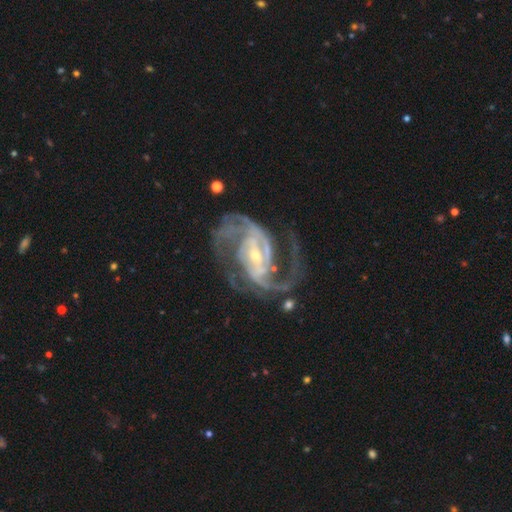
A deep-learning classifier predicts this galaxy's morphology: featured or disk 93%, star or artifact 5%, smooth 3%. Down the decision tree: edge-on disk — no (98%); bar — strong (44%); spiral arms — yes (98%); spiral arm count — 2 (43%); spiral winding — medium (55%); bulge size — small (64%); merging — none (60%).